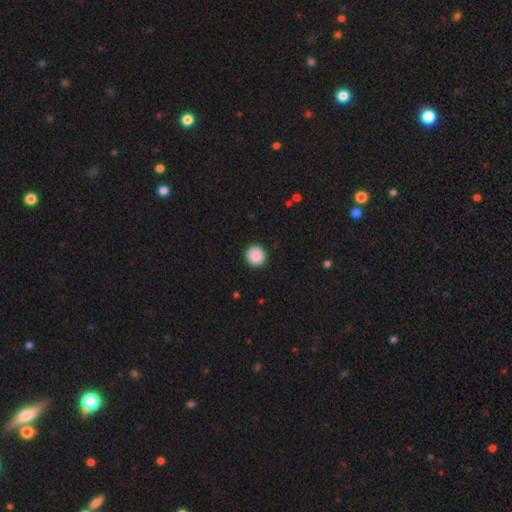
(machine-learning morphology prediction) smooth 90%, star or artifact 8%, featured or disk 3%. Down the decision tree: how rounded — round (94%); merging — none (93%).